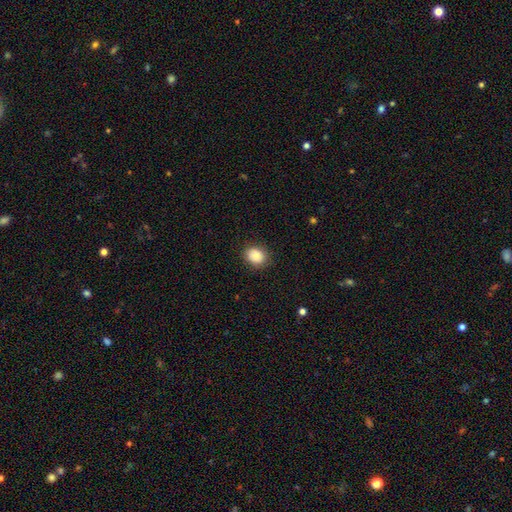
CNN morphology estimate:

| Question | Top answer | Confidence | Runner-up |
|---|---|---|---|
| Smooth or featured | smooth | 85% | star or artifact (8%) |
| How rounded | round | 54% | in between (45%) |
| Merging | none | 85% | minor disturbance (11%) |